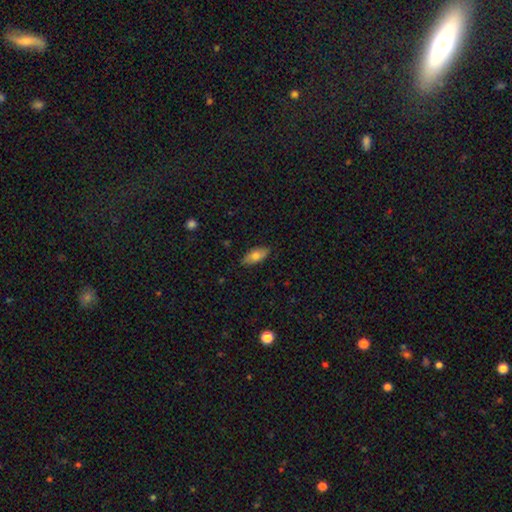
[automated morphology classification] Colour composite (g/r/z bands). It shows a smooth galaxy with no disk features (73%) that is in between round and cigar-shaped (86%). Merging: none (84%).